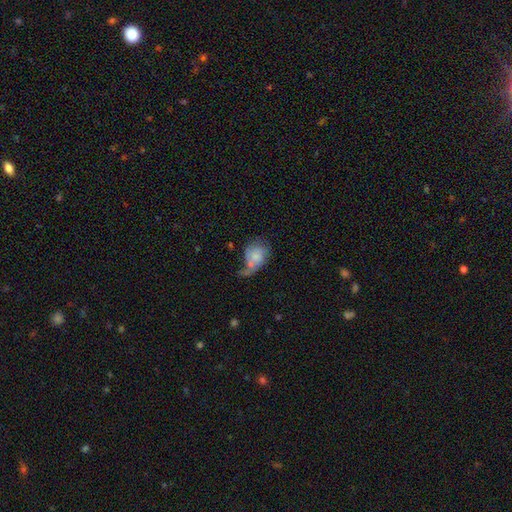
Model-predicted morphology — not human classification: A smooth galaxy with no disk features (61%) that is in between round and cigar-shaped (63%).

Vote fractions:
- Smooth or featured? smooth: 61% / featured or disk: 31% / star or artifact: 8%
- How rounded? in between: 63% / round: 36% / cigar-shaped: 1%
- Merging? major disturbance: 28% / merger: 26% / minor disturbance: 23% / none: 23%